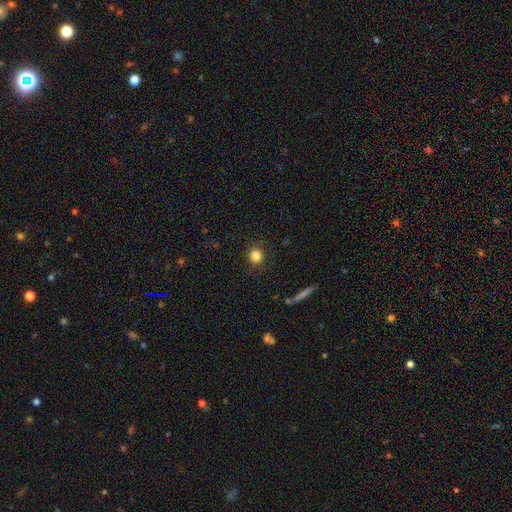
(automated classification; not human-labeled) smooth_or_featured: smooth (p=0.83) [alt: star or artifact p=0.11]
how_rounded: round (p=0.87) [alt: in between p=0.12]
merging: none (p=0.86) [alt: minor disturbance p=0.09]